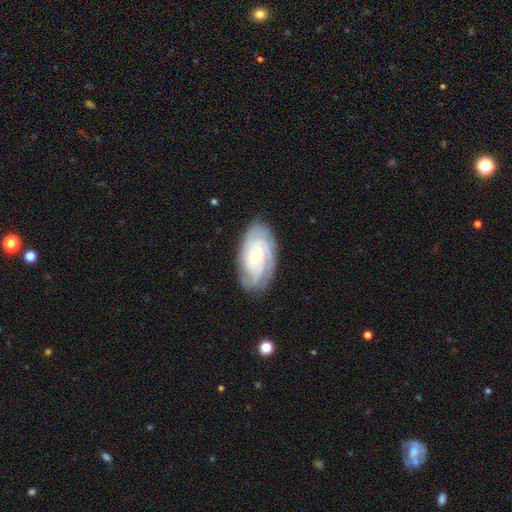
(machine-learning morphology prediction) A featured or disk galaxy (80%) with no bar (54%), tight (72%) spiral arms (96%) and a small central bulge (58%).

Vote fractions:
- Smooth or featured? featured or disk: 80% / smooth: 14% / star or artifact: 6%
- Edge-on disk? no: 95% / yes: 5%
- Bar? no: 54% / weak: 37% / strong: 9%
- Spiral arms? yes: 96% / no: 4%
- Spiral winding? tight: 72% / medium: 23% / loose: 5%
- Spiral arm count? can't tell: 30% / 3: 26% / 4: 19% / 2: 14% / more than 4: 6% / 1: 5%
- Bulge size? small: 58% / moderate: 34% / none: 3% / large: 3% / dominant: 1%
- Merging? none: 80% / minor disturbance: 15% / major disturbance: 4% / merger: 1%